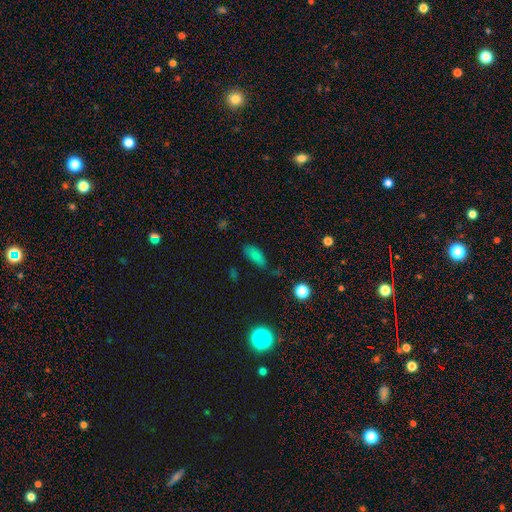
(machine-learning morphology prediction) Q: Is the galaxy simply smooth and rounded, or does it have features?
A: smooth — 77%.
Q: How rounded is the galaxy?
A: in between — 81%.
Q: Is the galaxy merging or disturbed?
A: none — 65%.